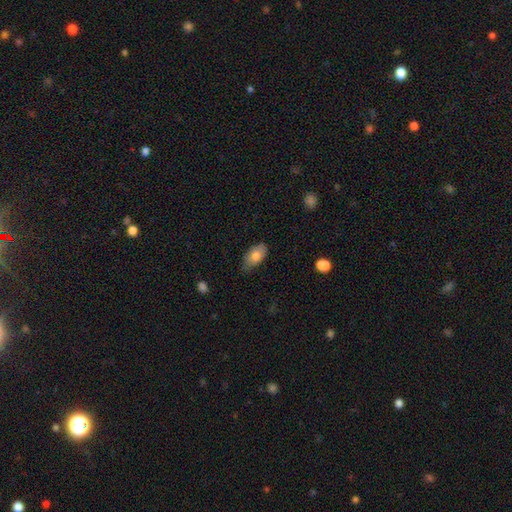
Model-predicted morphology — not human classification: Smooth or featured? Predicted: smooth (p=0.75). How rounded? Predicted: in between (p=0.92). Merging? Predicted: none (p=0.65).